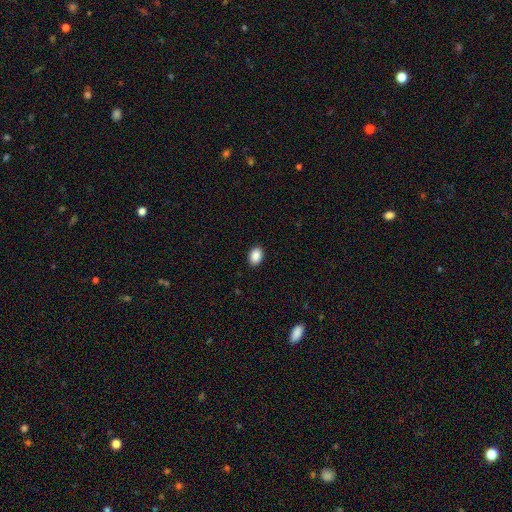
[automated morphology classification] Smooth or featured? smooth (90%)
How rounded? in between (77%)
Merging? none (91%)